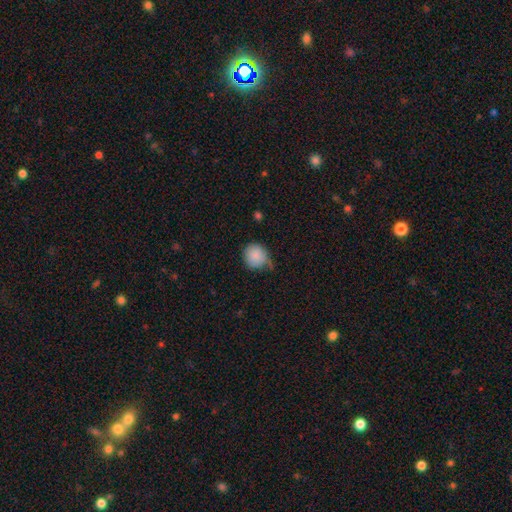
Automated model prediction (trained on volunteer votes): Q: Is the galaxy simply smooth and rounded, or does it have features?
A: smooth — 86%.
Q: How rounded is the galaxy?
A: round — 87%.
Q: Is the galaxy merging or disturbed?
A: none — 56%.